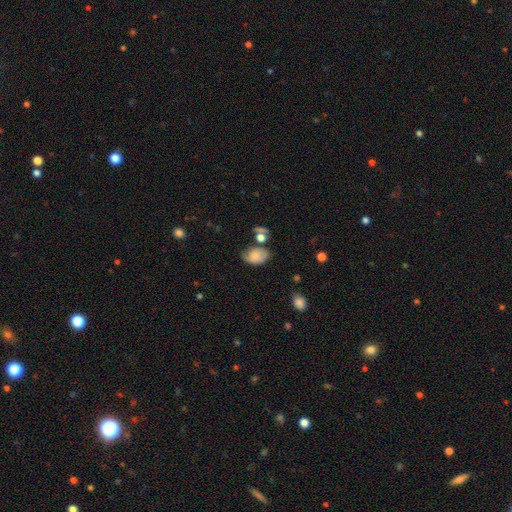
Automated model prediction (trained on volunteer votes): A smooth galaxy with no disk features (70%) that is in between round and cigar-shaped (82%). Merging: none (45%).